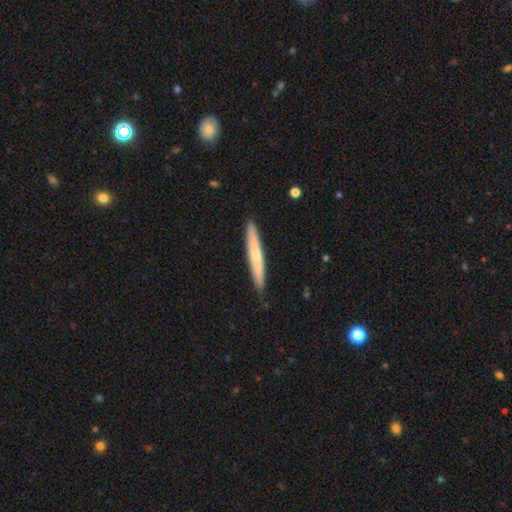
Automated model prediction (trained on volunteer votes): Morphology: type=smooth (55%); roundness=cigar-shaped (95%); merging=none (86%).